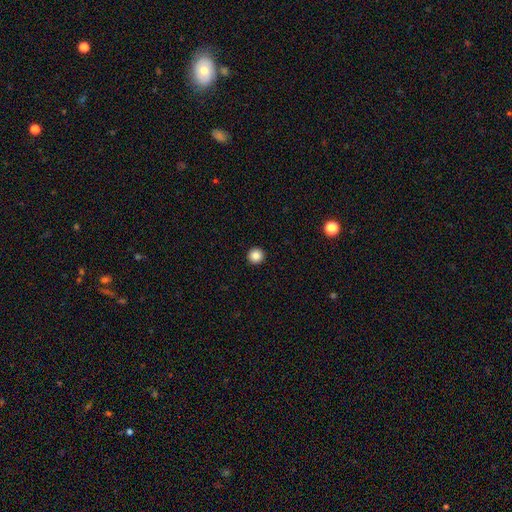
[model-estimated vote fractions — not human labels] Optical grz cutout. It shows a smooth galaxy with no disk features (85%) that is round (95%). Merging: none (94%).